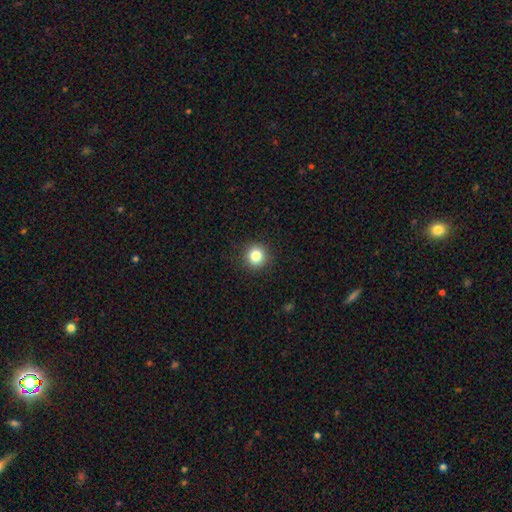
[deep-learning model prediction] This is clearly a smooth galaxy (83%). How rounded: clearly round (93%). Merging: clearly none (91%).